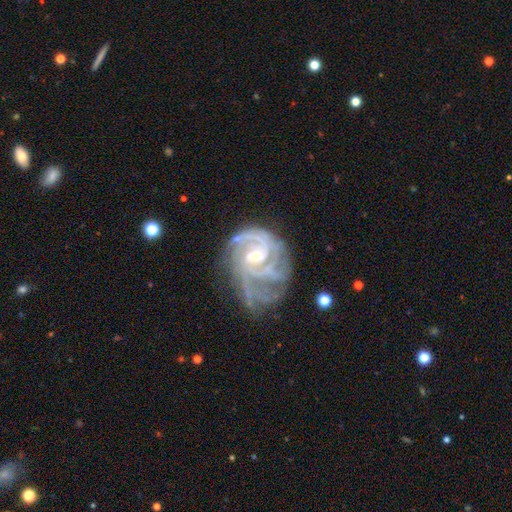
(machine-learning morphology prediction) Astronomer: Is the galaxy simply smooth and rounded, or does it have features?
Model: featured or disk — 89%.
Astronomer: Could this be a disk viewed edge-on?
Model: no — 98%.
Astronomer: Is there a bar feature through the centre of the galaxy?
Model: weak — 48% (runner-up: no, 39%).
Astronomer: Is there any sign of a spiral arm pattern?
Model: yes — 96%.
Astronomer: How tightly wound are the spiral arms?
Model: tight — 51% (runner-up: medium, 39%).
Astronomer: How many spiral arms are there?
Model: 2 — 26% (runner-up: 3, 24%).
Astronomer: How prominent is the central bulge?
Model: small — 69%.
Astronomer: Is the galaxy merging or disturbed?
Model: none — 41% (runner-up: major disturbance, 30%).